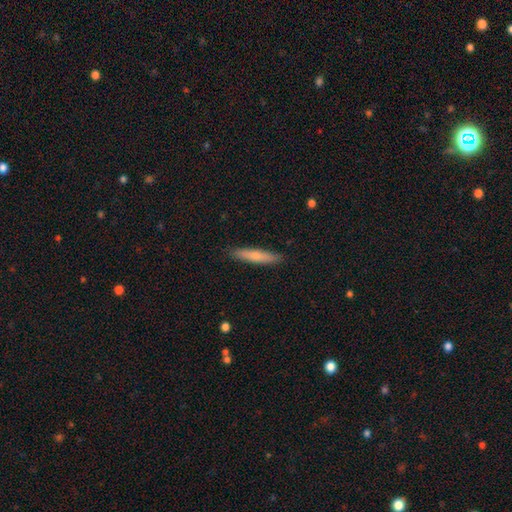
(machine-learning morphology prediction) Overall: smooth (70%). How rounded: cigar-shaped (89%). Merging: none (89%).